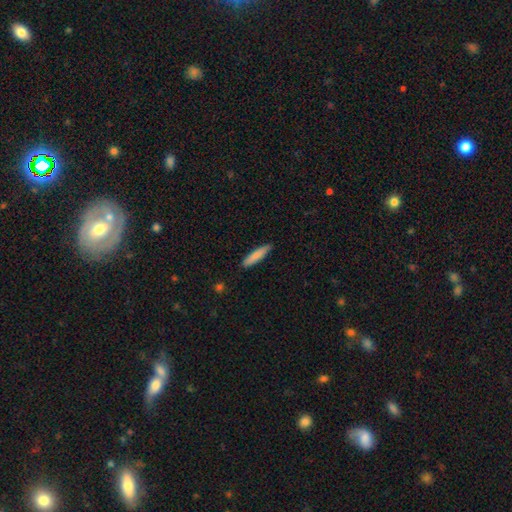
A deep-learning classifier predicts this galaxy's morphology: Smooth or featured? smooth (83%)
How rounded? cigar-shaped (85%)
Merging? none (86%)